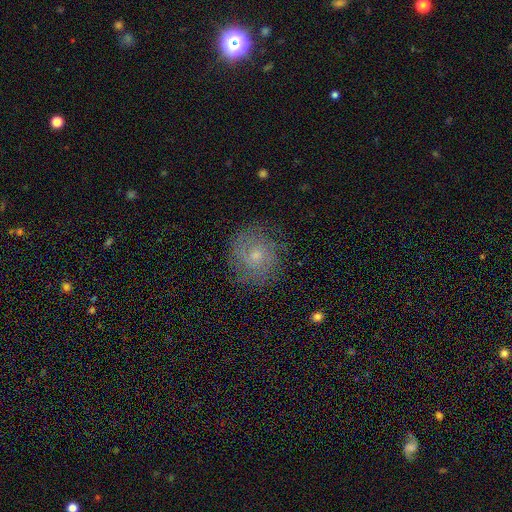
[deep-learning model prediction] The model was most divided on "smooth or featured": featured or disk: 46%, smooth: 40%, star or artifact: 14%. More confident: merging — none (80%).